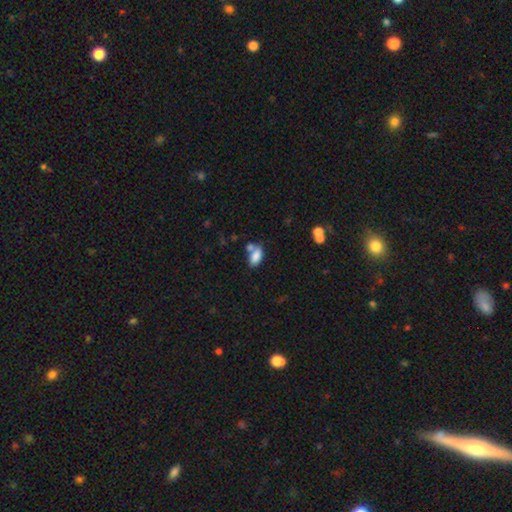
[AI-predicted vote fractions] A smooth galaxy with no disk features (83%) that is in between round and cigar-shaped (90%).

Vote fractions:
- Smooth or featured? smooth: 83% / featured or disk: 9% / star or artifact: 9%
- How rounded? in between: 90% / cigar-shaped: 7% / round: 4%
- Merging? none: 50% / merger: 31% / minor disturbance: 14% / major disturbance: 5%